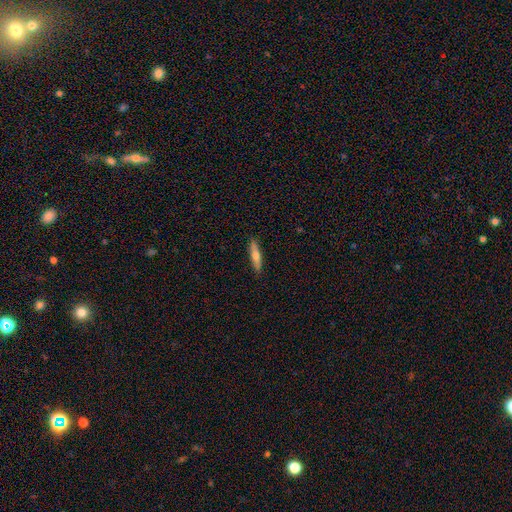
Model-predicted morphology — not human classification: smooth-or-featured: smooth: 56% | featured or disk: 38% | star or artifact: 6%
  how-rounded: cigar-shaped: 82% | in between: 16% | round: 2%
  merging: none: 90% | minor disturbance: 8% | major disturbance: 2% | merger: 1%